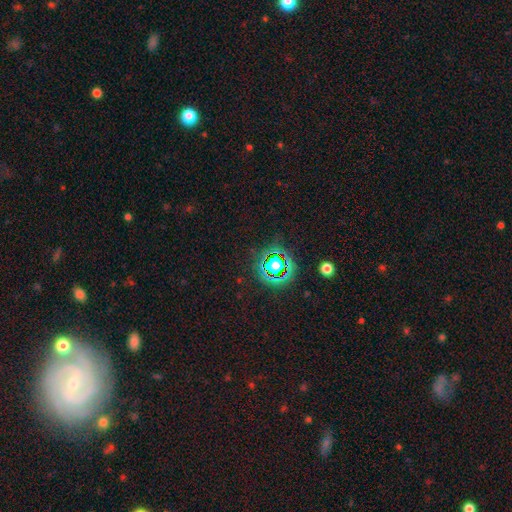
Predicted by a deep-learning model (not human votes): A star or artifact, not a galaxy (52%).